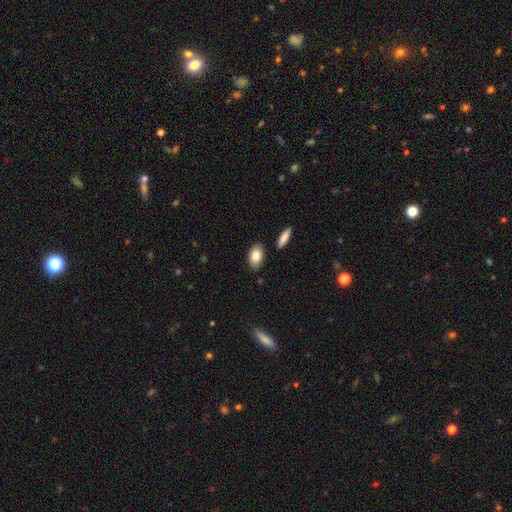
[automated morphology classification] This appears to be a smooth galaxy with no disk features (83%) that is in between round and cigar-shaped (90%). Merging: none (83%).